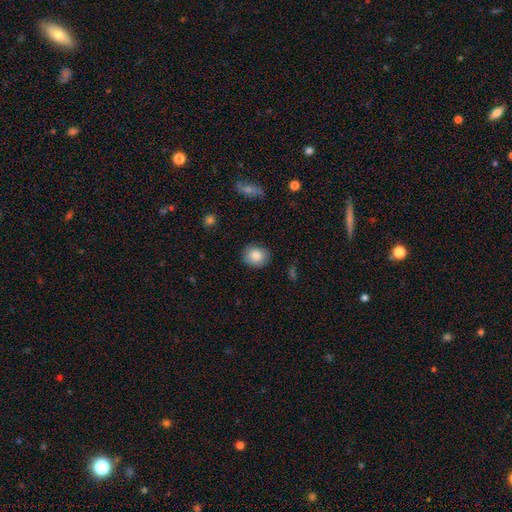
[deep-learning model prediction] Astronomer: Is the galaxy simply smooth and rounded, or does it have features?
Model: smooth — 86%.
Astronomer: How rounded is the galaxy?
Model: round — 62%.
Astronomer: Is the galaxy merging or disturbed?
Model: none — 84%.